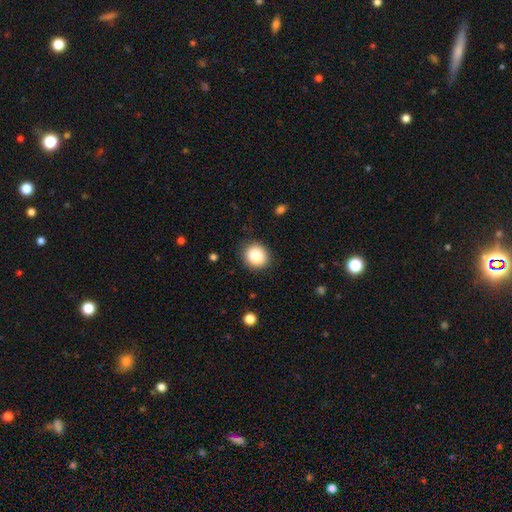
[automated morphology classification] Q: Smooth or featured?
A: smooth (87%); runner-up: star or artifact (9%)
Q: How rounded?
A: round (83%); runner-up: in between (16%)
Q: Merging?
A: none (88%); runner-up: minor disturbance (8%)